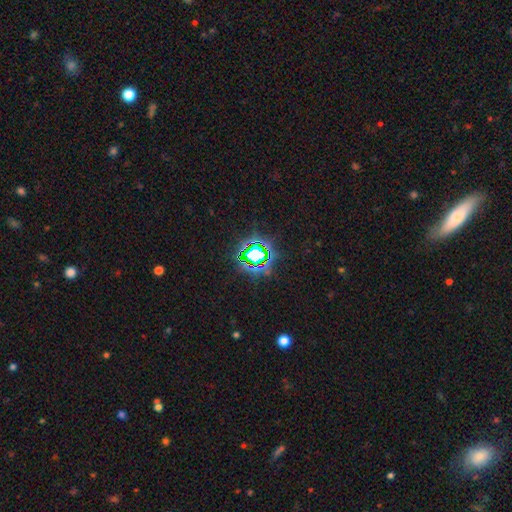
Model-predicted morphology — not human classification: Smooth or featured? star or artifact (75%)